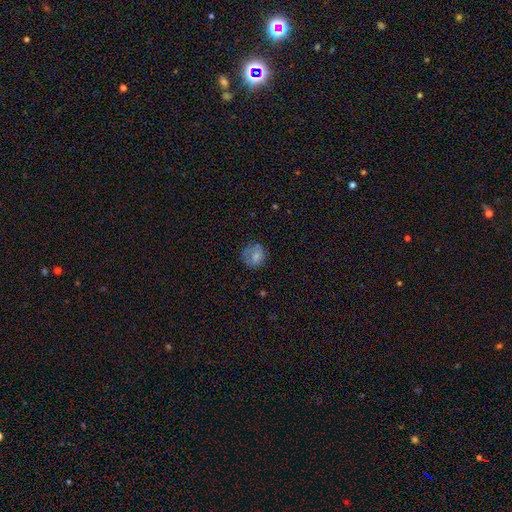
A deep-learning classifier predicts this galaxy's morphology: Smooth or featured?
  - smooth: 72% *
  - featured or disk: 18%
  - star or artifact: 10%
How rounded?
  - round: 81% *
  - in between: 18%
  - cigar-shaped: 1%
Merging?
  - none: 62% *
  - minor disturbance: 24%
  - major disturbance: 13%
  - merger: 2%